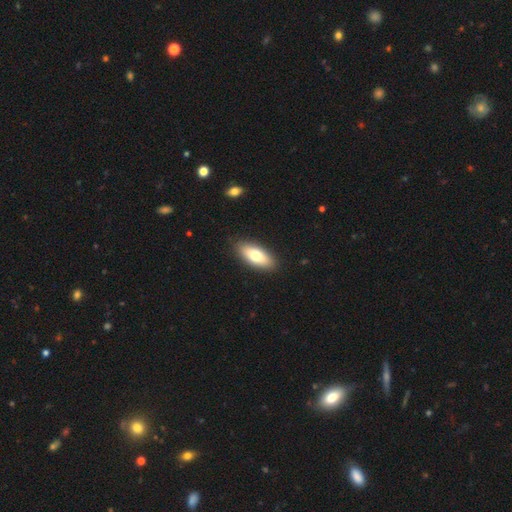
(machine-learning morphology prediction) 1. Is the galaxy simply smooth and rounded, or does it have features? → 73% smooth, 21% featured or disk, 6% star or artifact.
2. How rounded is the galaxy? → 82% in between, 16% cigar-shaped, 2% round.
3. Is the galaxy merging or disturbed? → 89% none, 8% minor disturbance, 2% major disturbance, 1% merger.